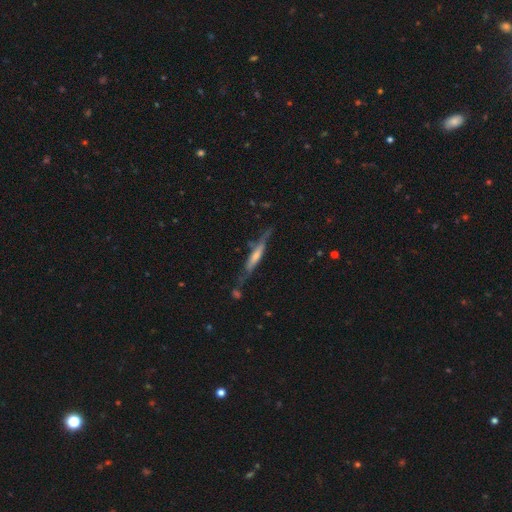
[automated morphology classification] type=featured or disk (66%); edge-on=yes (89%); edge-on bulge=rounded (45%); merging=none (67%).